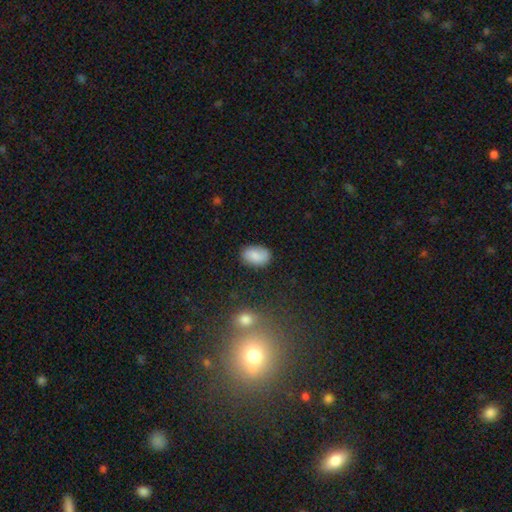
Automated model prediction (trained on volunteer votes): Smooth or featured?
  - smooth: 81% *
  - featured or disk: 11%
  - star or artifact: 8%
How rounded?
  - in between: 88% *
  - round: 10%
  - cigar-shaped: 1%
Merging?
  - none: 78% *
  - minor disturbance: 16%
  - major disturbance: 4%
  - merger: 2%